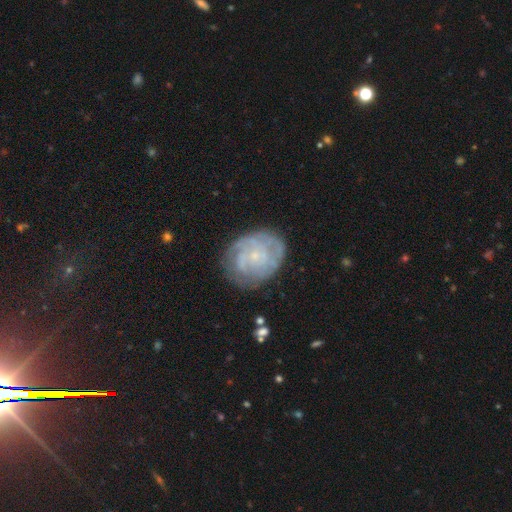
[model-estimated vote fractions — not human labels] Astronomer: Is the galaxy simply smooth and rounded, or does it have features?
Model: featured or disk — 73%.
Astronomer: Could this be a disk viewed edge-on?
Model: no — 97%.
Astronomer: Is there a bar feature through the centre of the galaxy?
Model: no — 77%.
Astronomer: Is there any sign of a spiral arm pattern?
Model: yes — 85%.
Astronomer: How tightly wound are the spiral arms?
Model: tight — 63%.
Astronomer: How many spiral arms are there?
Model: can't tell — 45%.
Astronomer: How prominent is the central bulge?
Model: small — 78%.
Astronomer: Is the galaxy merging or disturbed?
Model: none — 72%.